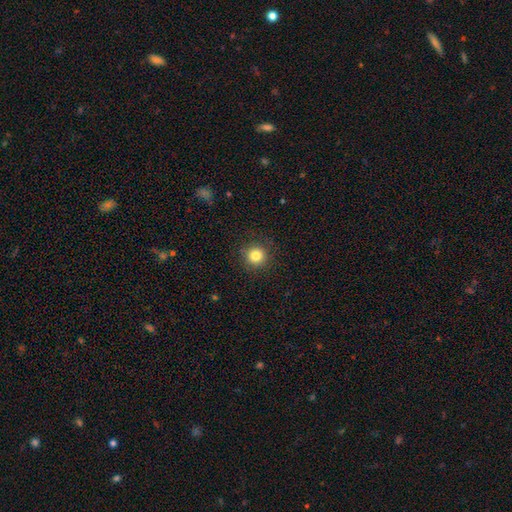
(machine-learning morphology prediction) Smooth or featured? smooth (82%)
How rounded? round (95%)
Merging? none (90%)